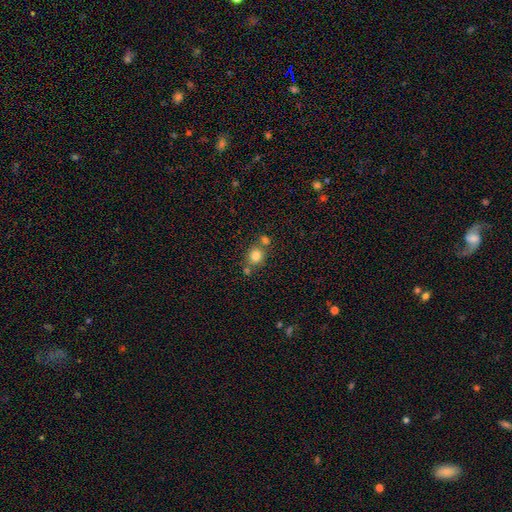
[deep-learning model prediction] Smooth or featured?
  - smooth: 81% *
  - star or artifact: 12%
  - featured or disk: 7%
How rounded?
  - round: 76% *
  - in between: 23%
  - cigar-shaped: 1%
Merging?
  - none: 61% *
  - merger: 24%
  - minor disturbance: 11%
  - major disturbance: 4%